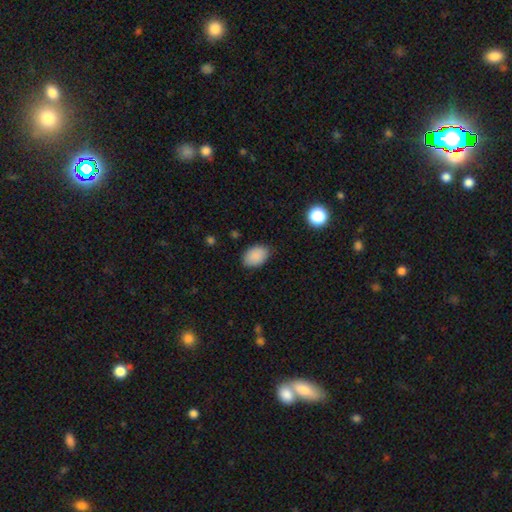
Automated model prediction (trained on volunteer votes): Smooth or featured? Predicted: smooth (p=0.89). How rounded? Predicted: in between (p=0.86). Merging? Predicted: none (p=0.84).